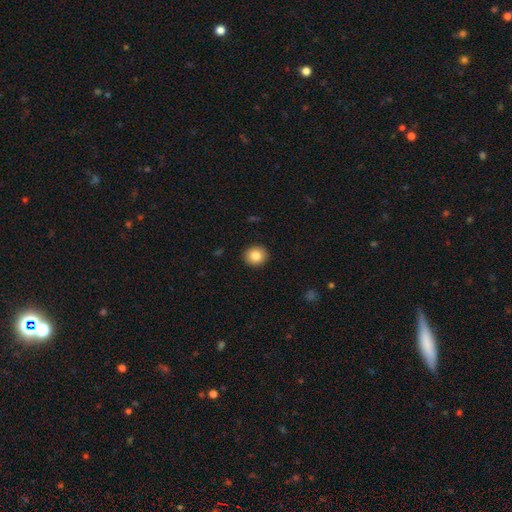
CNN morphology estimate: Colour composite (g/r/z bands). It shows a smooth galaxy with no disk features (84%) that is round (85%). Merging: none (92%).